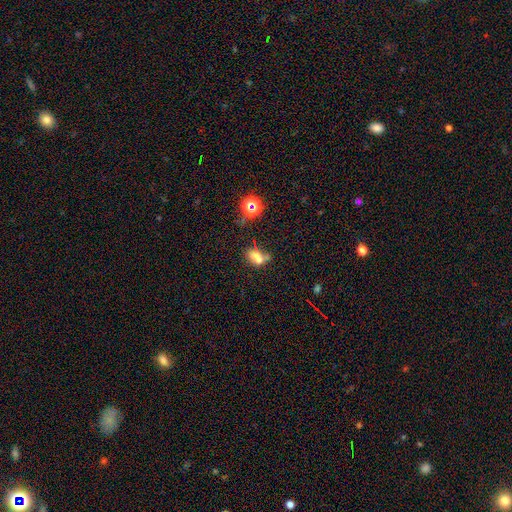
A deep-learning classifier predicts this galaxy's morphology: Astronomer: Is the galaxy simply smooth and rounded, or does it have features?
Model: smooth — 59%.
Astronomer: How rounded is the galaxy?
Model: in between — 63%.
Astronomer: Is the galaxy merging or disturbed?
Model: merger — 49% (runner-up: none, 28%).